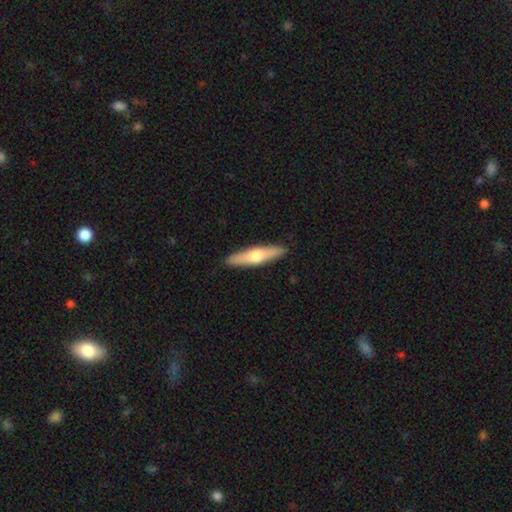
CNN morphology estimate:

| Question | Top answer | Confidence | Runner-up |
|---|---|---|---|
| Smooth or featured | smooth | 50% | featured or disk (45%) |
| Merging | none | 91% | minor disturbance (6%) |